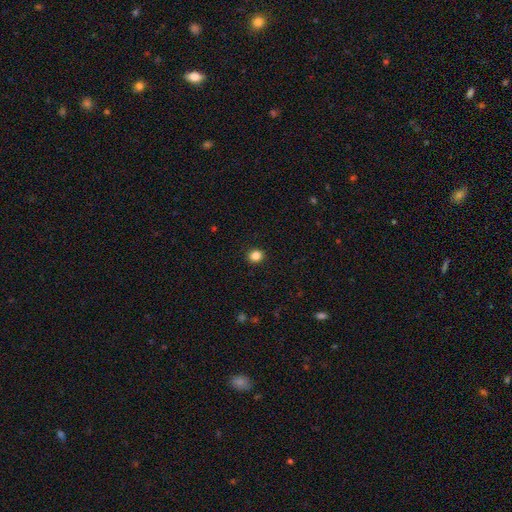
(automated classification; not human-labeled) A smooth galaxy with no disk features (85%) that is round (76%).

Vote fractions:
- Smooth or featured? smooth: 85% / star or artifact: 11% / featured or disk: 4%
- How rounded? round: 76% / in between: 23% / cigar-shaped: 1%
- Merging? none: 92% / minor disturbance: 5% / major disturbance: 2% / merger: 1%